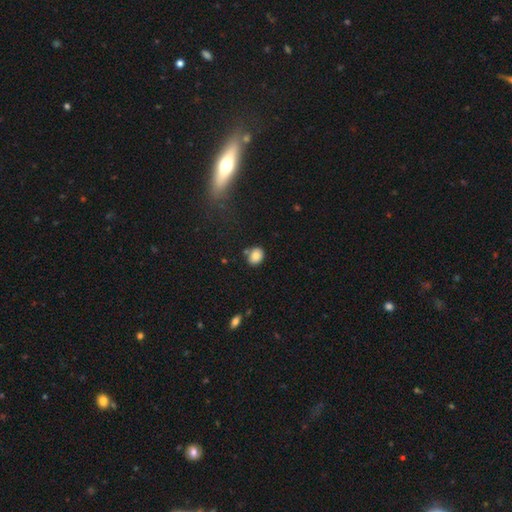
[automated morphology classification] A smooth galaxy with no disk features (80%) that is in between round and cigar-shaped (55%).

Vote fractions:
- Smooth or featured? smooth: 80% / star or artifact: 10% / featured or disk: 10%
- How rounded? in between: 55% / round: 44% / cigar-shaped: 1%
- Merging? none: 78% / minor disturbance: 12% / merger: 7% / major disturbance: 3%